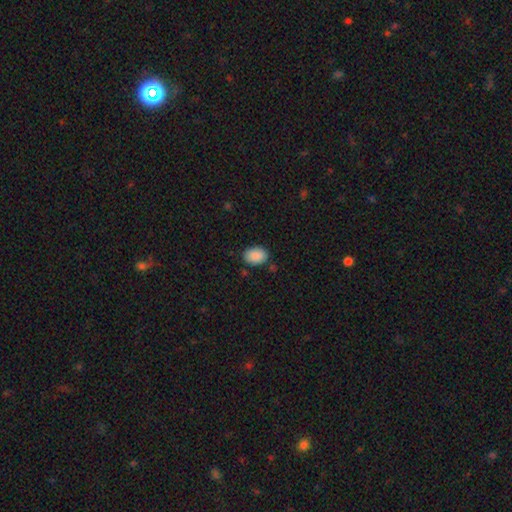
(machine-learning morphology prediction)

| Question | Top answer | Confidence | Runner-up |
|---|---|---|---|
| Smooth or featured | smooth | 90% | star or artifact (7%) |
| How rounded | in between | 85% | round (14%) |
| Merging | none | 83% | minor disturbance (12%) |